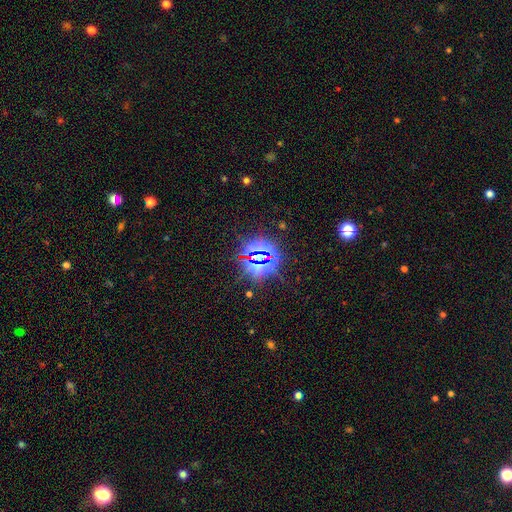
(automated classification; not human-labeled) Morphology: type=star or artifact (83%).